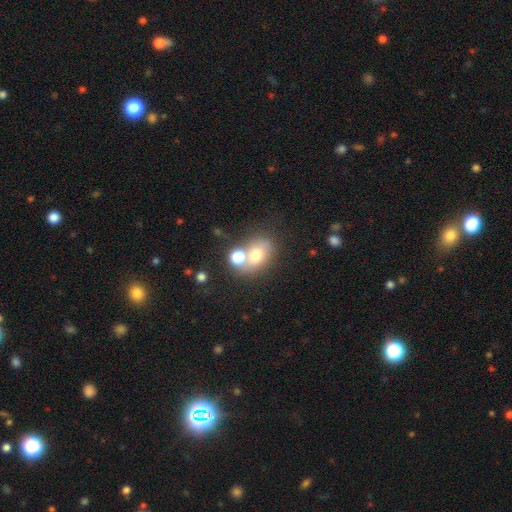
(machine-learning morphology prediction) smooth_or_featured: smooth (p=0.69) [alt: featured or disk p=0.19]
how_rounded: in between (p=0.57) [alt: round p=0.42]
merging: merger (p=0.44) [alt: none p=0.40]